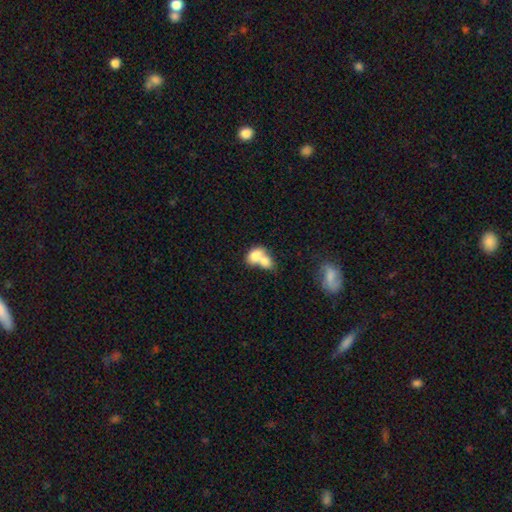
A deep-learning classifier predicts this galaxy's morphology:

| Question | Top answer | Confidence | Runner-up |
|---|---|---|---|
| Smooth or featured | smooth | 75% | featured or disk (17%) |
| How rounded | in between | 68% | round (30%) |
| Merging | merger | 74% | none (17%) |